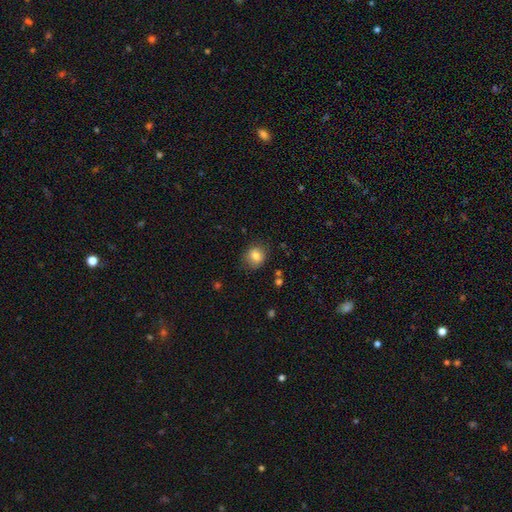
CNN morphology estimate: The model was most divided on "how rounded": round: 74%, in between: 25%, cigar-shaped: 1%. More confident: smooth or featured — smooth (81%); merging — none (80%).